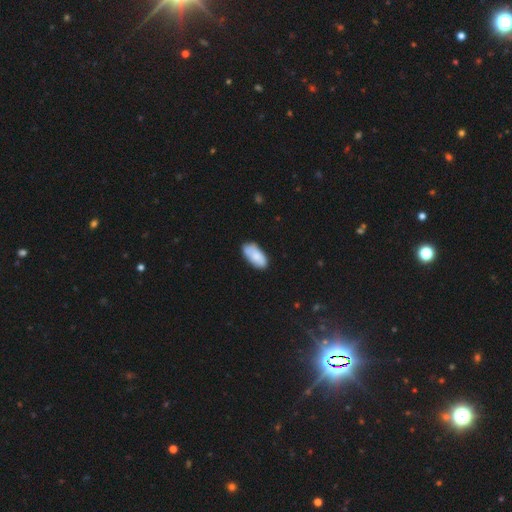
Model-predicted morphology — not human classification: Smooth or featured? Predicted: smooth (p=0.80). How rounded? Predicted: in between (p=0.92). Merging? Predicted: none (p=0.72).